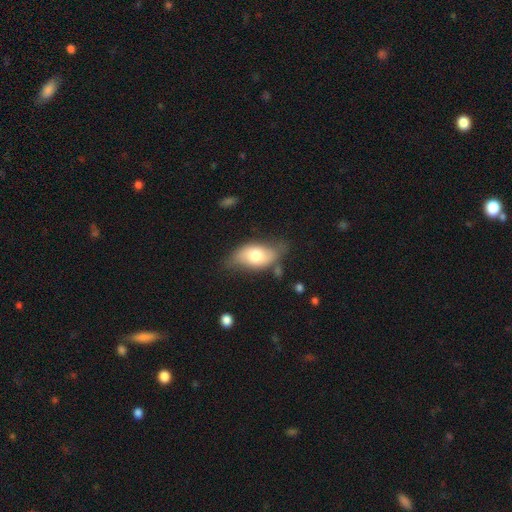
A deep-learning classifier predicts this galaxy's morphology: Smooth or featured? Predicted: smooth (p=0.64). How rounded? Predicted: in between (p=0.91). Merging? Predicted: none (p=0.57).